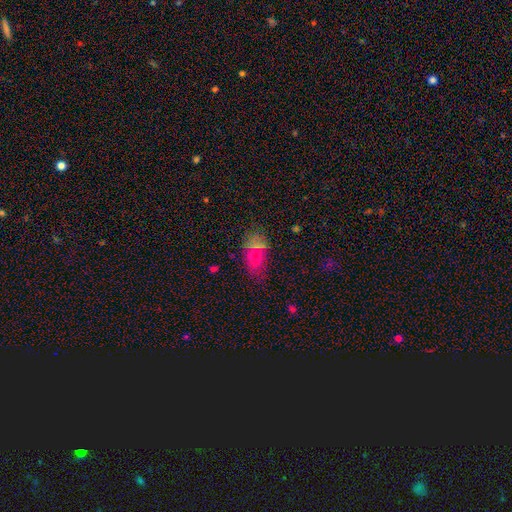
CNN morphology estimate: Q: Smooth or featured?
A: smooth (63%); runner-up: star or artifact (20%)
Q: How rounded?
A: in between (85%); runner-up: round (10%)
Q: Merging?
A: none (67%); runner-up: minor disturbance (18%)